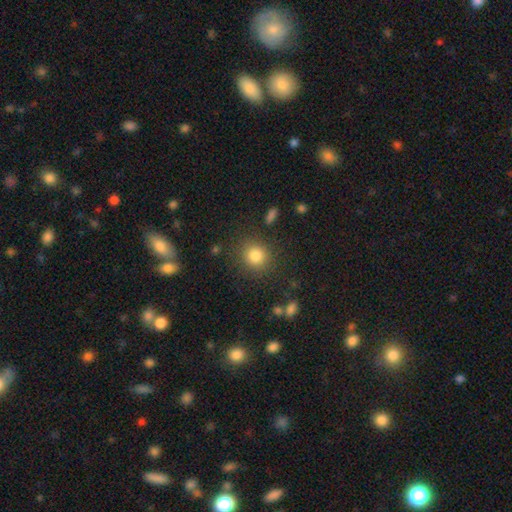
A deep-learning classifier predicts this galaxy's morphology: smooth-or-featured: smooth: 83% | star or artifact: 11% | featured or disk: 6%
  how-rounded: round: 86% | in between: 13% | cigar-shaped: 1%
  merging: none: 85% | minor disturbance: 9% | major disturbance: 4% | merger: 2%